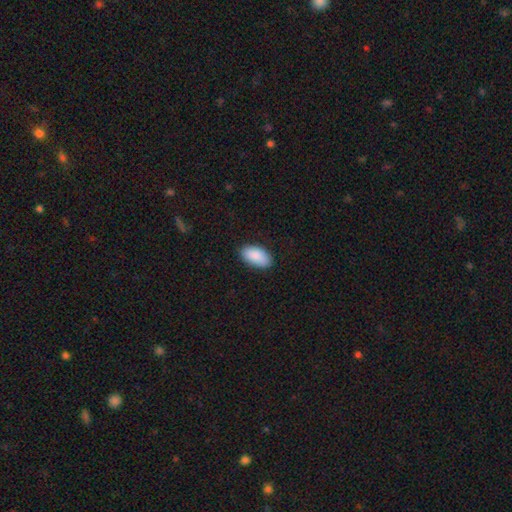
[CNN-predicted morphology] smooth 90%, star or artifact 6%, featured or disk 4%. Down the decision tree: how rounded — in between (95%); merging — none (87%).